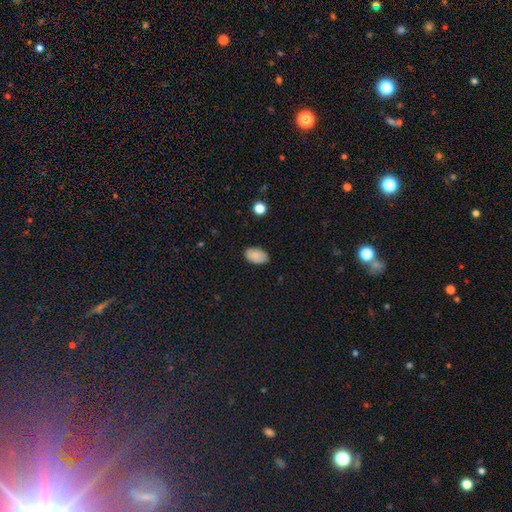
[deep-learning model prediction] smooth 86%, star or artifact 8%, featured or disk 6%. Down the decision tree: how rounded — in between (93%); merging — none (85%).